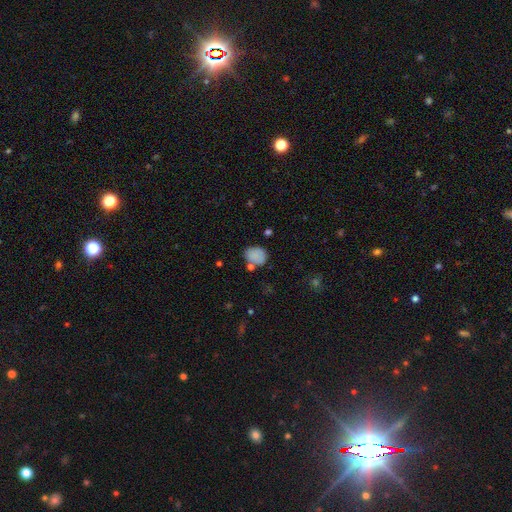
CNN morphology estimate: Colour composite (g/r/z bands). It shows a smooth galaxy with no disk features (80%) that is round (56%). Merging: none (63%).